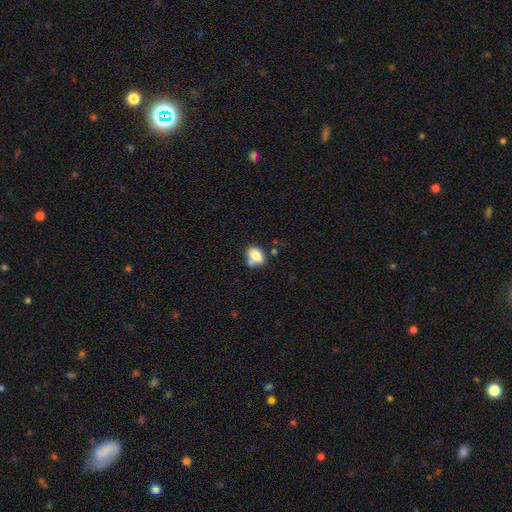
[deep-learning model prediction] Smooth or featured? Predicted: smooth (p=0.81). How rounded? Predicted: in between (p=0.77). Merging? Predicted: none (p=0.56).